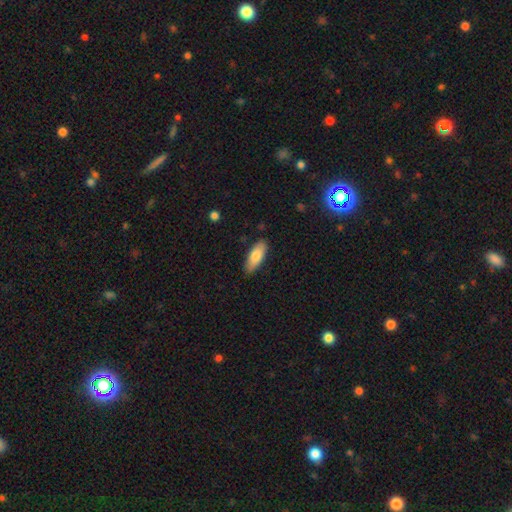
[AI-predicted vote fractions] Smooth or featured: smooth — 78% (featured or disk — 16%)
How rounded: in between — 72% (cigar-shaped — 26%)
Merging: none — 87% (minor disturbance — 10%)